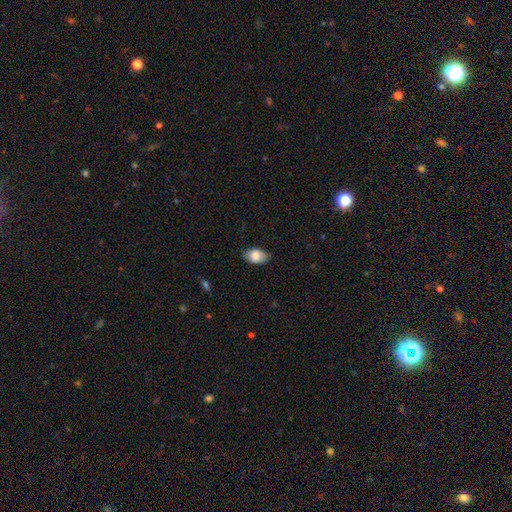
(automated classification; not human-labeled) Smooth or featured? smooth (82%)
How rounded? in between (91%)
Merging? none (80%)